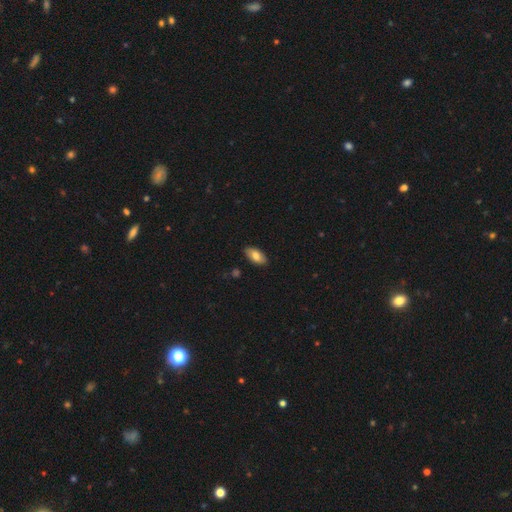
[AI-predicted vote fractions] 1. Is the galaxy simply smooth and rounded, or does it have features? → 80% smooth, 13% featured or disk, 7% star or artifact.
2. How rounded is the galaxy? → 92% in between, 5% cigar-shaped, 3% round.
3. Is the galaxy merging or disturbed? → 87% none, 10% minor disturbance, 2% major disturbance, 1% merger.